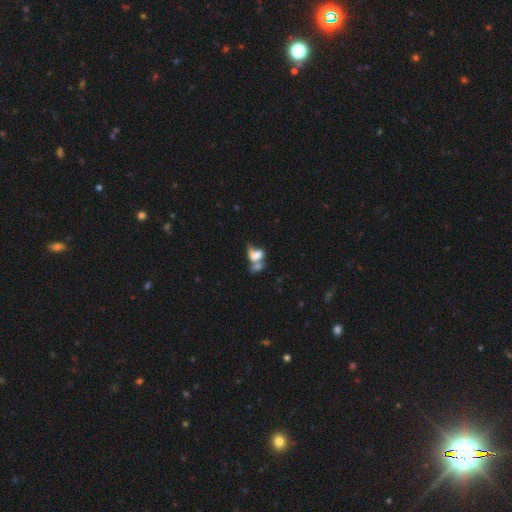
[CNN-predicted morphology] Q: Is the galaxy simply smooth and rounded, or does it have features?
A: smooth — 56%.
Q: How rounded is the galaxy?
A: in between — 79%.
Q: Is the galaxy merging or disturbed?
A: merger — 61%.